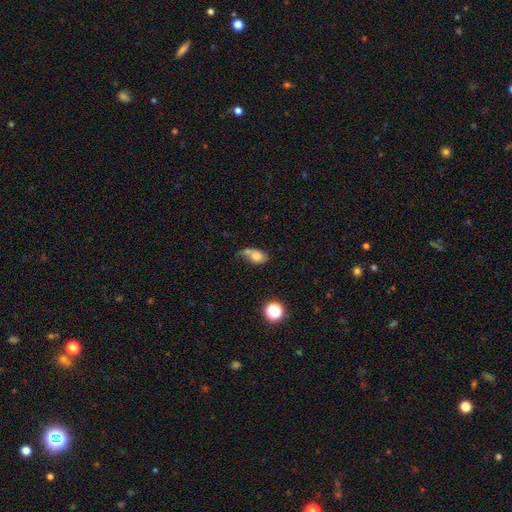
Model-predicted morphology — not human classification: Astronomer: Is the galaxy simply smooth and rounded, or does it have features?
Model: smooth — 71%.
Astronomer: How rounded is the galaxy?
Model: in between — 74%.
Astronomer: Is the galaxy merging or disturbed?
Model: none — 30% (runner-up: merger, 27%).